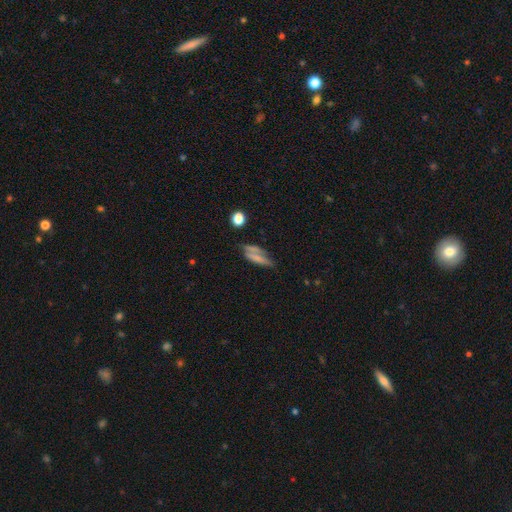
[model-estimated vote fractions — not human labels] A smooth galaxy with no disk features (60%) that is cigar-shaped (51%).

Vote fractions:
- Smooth or featured? smooth: 60% / featured or disk: 28% / star or artifact: 13%
- How rounded? cigar-shaped: 51% / in between: 44% / round: 6%
- Merging? none: 48% / minor disturbance: 23% / merger: 15% / major disturbance: 14%